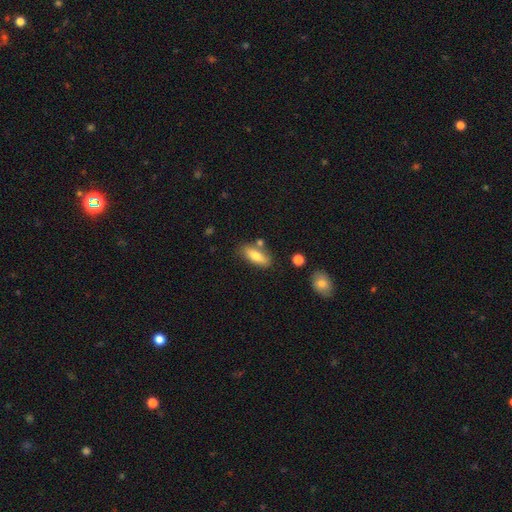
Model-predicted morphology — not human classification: Smooth or featured? smooth (74%)
How rounded? in between (70%)
Merging? none (74%)